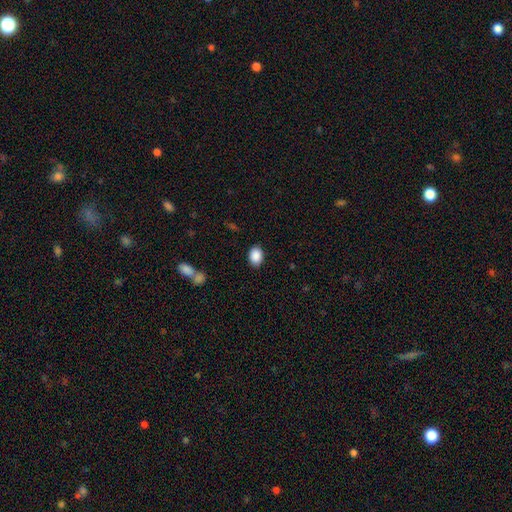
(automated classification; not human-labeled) Overall: smooth (89%). How rounded: in between (69%; round 30%). Merging: none (86%).